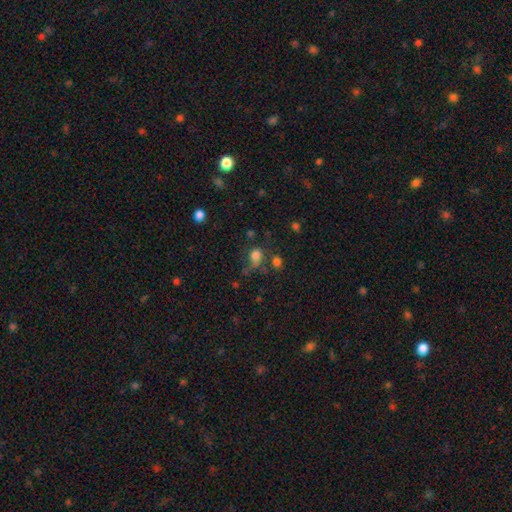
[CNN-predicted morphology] Smooth or featured? smooth (75%)
How rounded? round (63%)
Merging? none (45%)